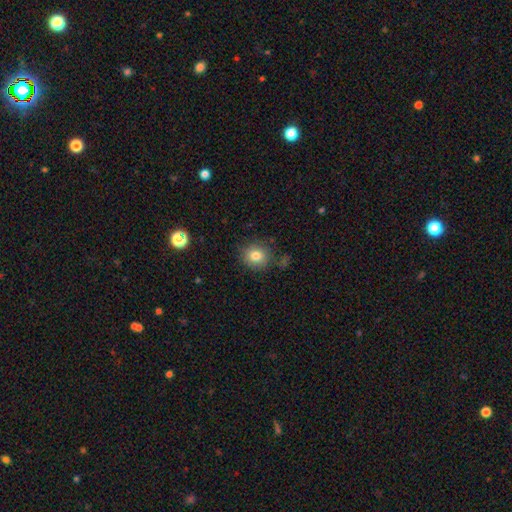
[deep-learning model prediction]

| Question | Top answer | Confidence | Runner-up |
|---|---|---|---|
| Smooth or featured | smooth | 80% | star or artifact (11%) |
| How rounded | round | 85% | in between (14%) |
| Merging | none | 81% | minor disturbance (12%) |